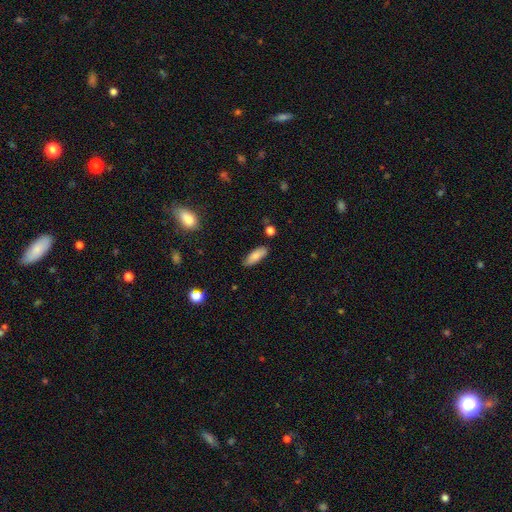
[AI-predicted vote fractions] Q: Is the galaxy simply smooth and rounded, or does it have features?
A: smooth — 83%.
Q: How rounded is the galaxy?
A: in between — 69%.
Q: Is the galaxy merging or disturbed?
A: none — 83%.